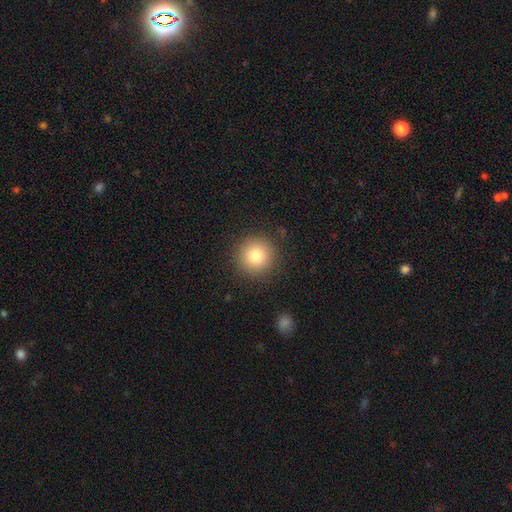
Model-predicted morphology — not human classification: Smooth or featured: smooth — 80% (star or artifact — 11%)
How rounded: round — 96% (in between — 3%)
Merging: none — 90% (minor disturbance — 6%)